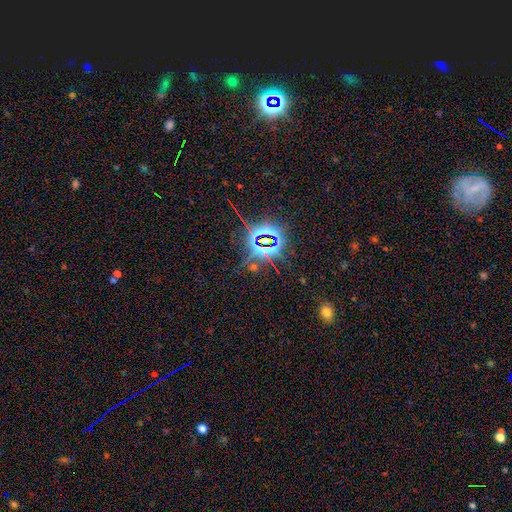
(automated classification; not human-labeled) Overall: star or artifact (82%).